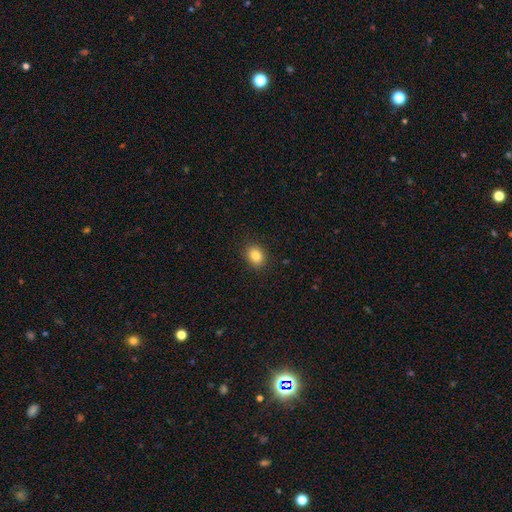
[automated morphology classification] The model was most divided on "how rounded": in between: 55%, round: 44%, cigar-shaped: 1%. More confident: merging — none (89%); smooth or featured — smooth (84%).